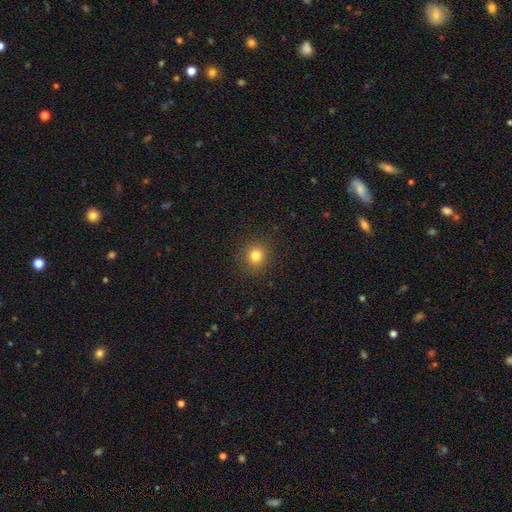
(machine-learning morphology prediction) This appears to be a smooth galaxy with no disk features (80%) that is round (89%). Merging: none (90%).